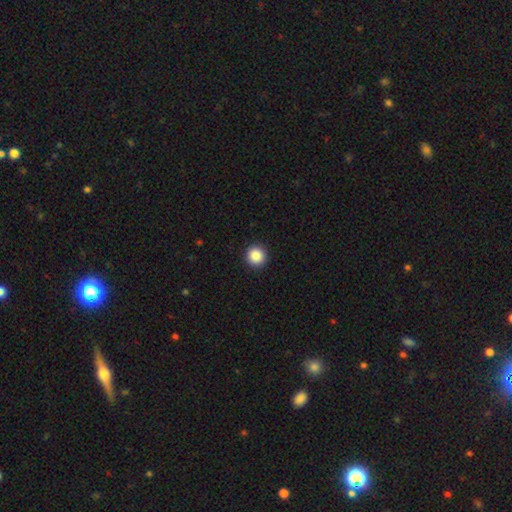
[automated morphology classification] Smooth or featured? Predicted: smooth (p=0.88). How rounded? Predicted: round (p=0.95). Merging? Predicted: none (p=0.93).